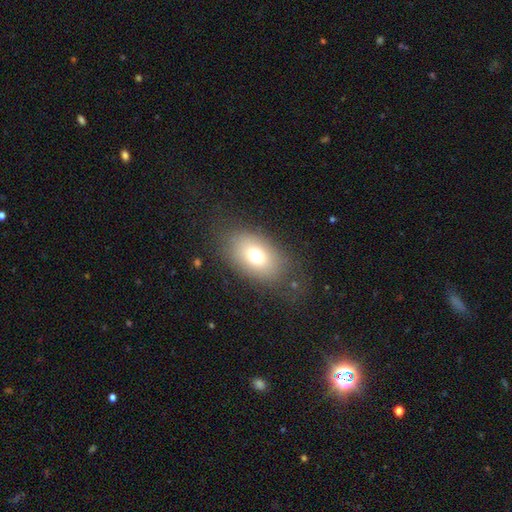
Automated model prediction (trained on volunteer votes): Overall: smooth (71%). How rounded: in between (82%). Merging: none (74%).